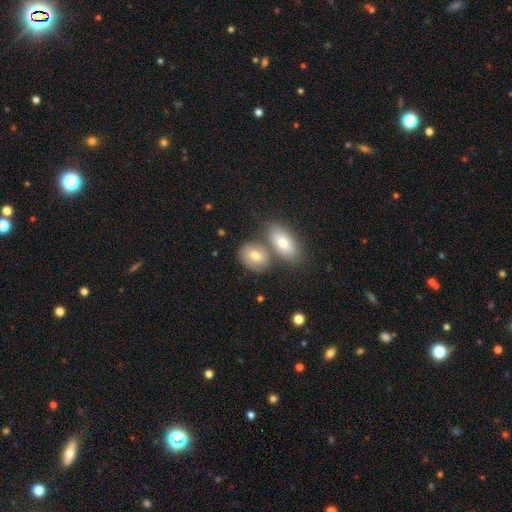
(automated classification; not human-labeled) Q: Smooth or featured?
A: smooth (64%); runner-up: featured or disk (26%)
Q: How rounded?
A: in between (76%); runner-up: round (21%)
Q: Merging?
A: none (51%); runner-up: merger (35%)